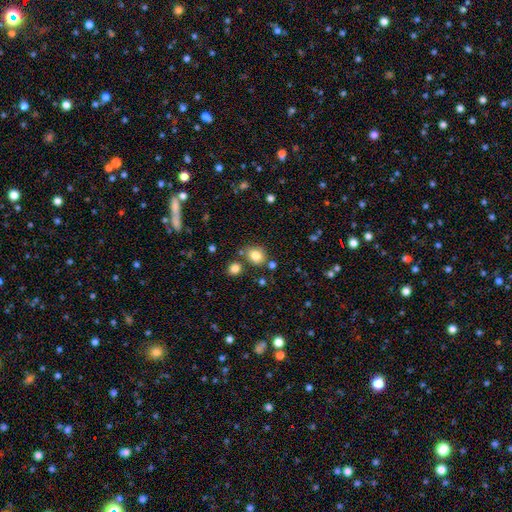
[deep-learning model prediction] This is clearly a smooth galaxy (81%). How rounded: likely round (68%). Merging: likely none (73%).